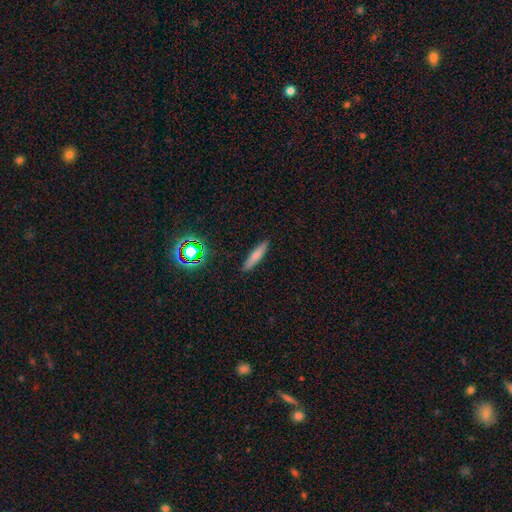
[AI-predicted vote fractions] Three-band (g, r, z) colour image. It shows a smooth galaxy with no disk features (69%) that is cigar-shaped (84%). Merging: none (89%).